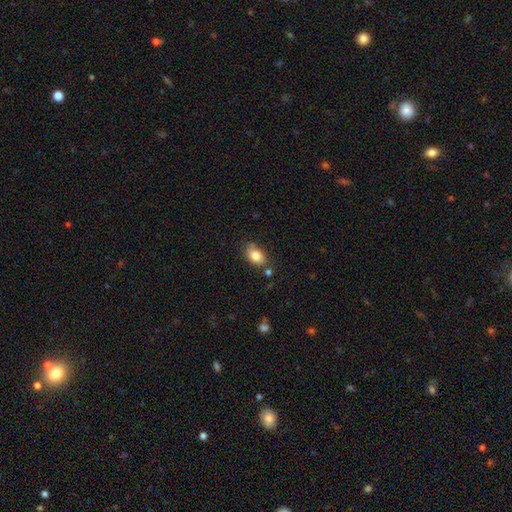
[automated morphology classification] Q: Smooth or featured?
A: smooth (82%); runner-up: featured or disk (10%)
Q: How rounded?
A: in between (86%); runner-up: round (12%)
Q: Merging?
A: none (73%); runner-up: minor disturbance (18%)